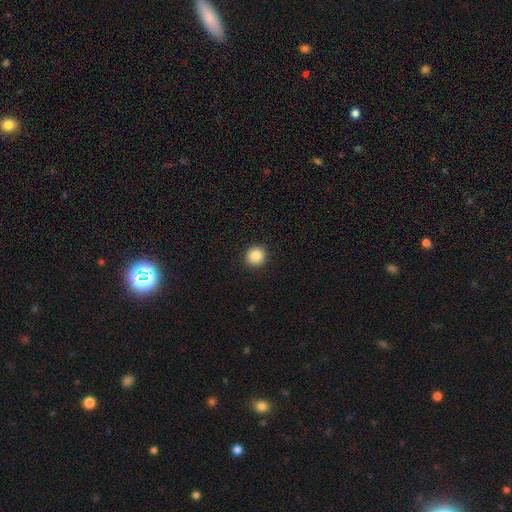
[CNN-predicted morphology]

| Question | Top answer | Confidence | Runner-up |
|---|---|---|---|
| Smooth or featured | smooth | 87% | star or artifact (9%) |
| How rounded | round | 93% | in between (6%) |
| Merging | none | 93% | minor disturbance (5%) |